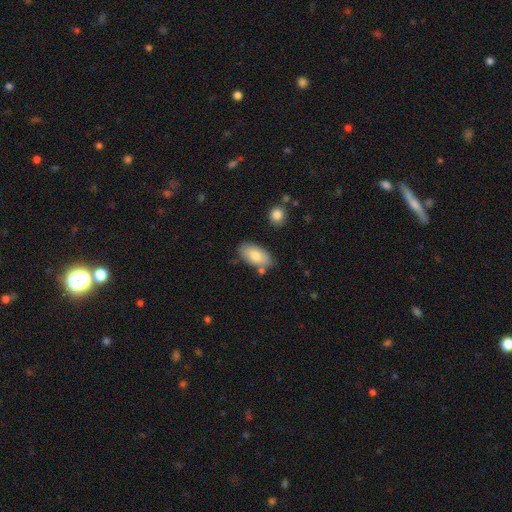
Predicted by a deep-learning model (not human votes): Smooth or featured: smooth — 80% (featured or disk — 14%)
How rounded: in between — 93% (cigar-shaped — 3%)
Merging: none — 75% (minor disturbance — 15%)